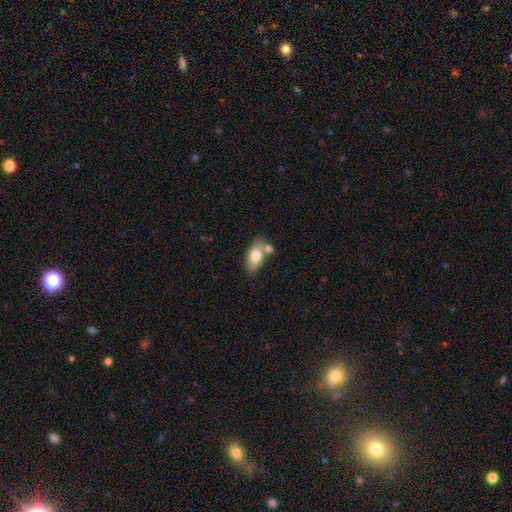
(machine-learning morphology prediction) type=smooth (74%); roundness=in between (89%); merging=none (57%).